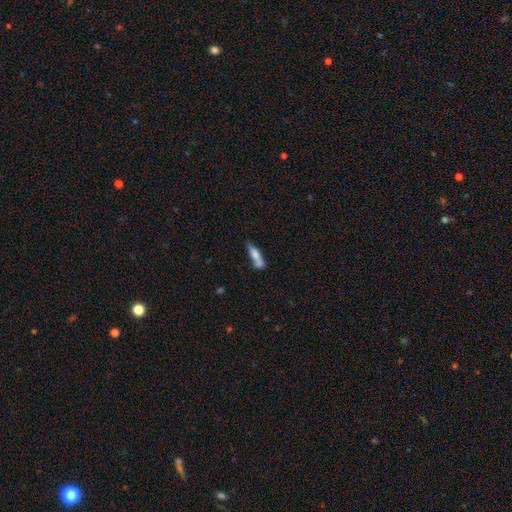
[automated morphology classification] This appears to be a smooth galaxy with no disk features (69%) that is cigar-shaped (62%). Merging: none (45%).